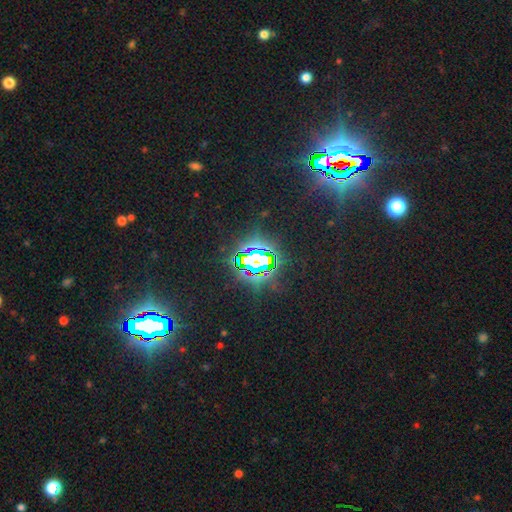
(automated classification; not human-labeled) star or artifact 80%, smooth 11%, featured or disk 9%.